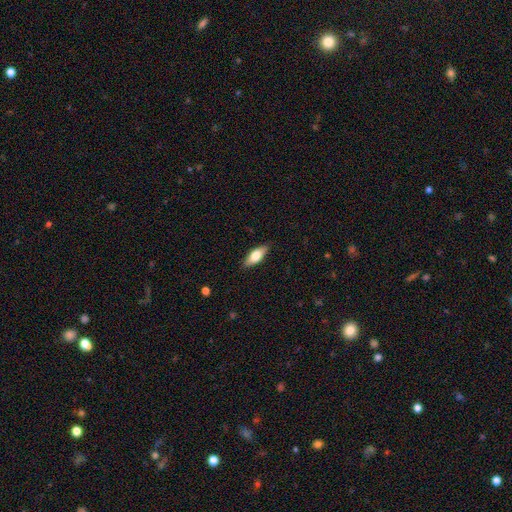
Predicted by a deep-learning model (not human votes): Smooth or featured?
  - smooth: 66% *
  - featured or disk: 28%
  - star or artifact: 6%
How rounded?
  - in between: 73% *
  - cigar-shaped: 24%
  - round: 3%
Merging?
  - none: 86% *
  - minor disturbance: 11%
  - major disturbance: 2%
  - merger: 1%